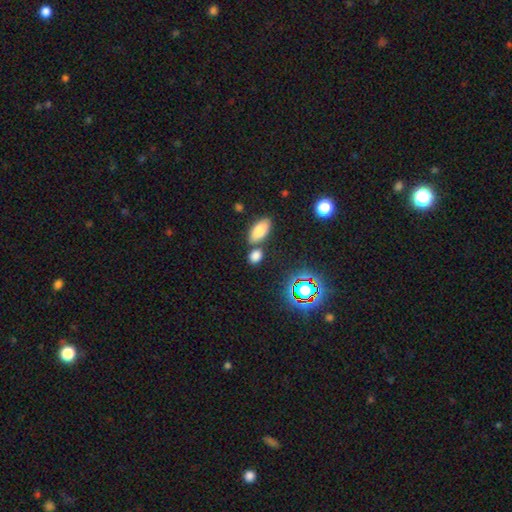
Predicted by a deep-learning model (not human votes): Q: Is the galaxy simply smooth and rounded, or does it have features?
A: smooth — 75%.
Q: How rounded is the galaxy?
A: in between — 67%.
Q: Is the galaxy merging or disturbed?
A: none — 66%.